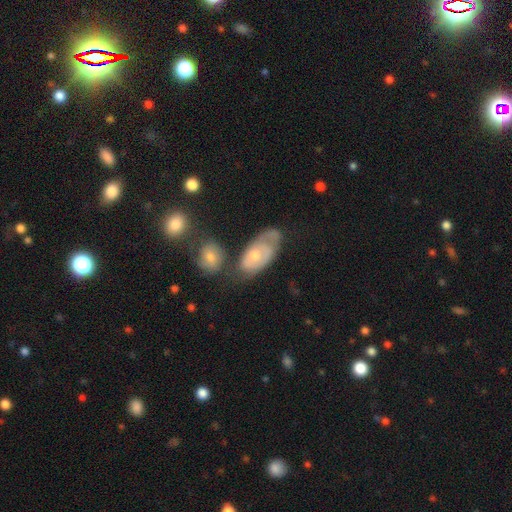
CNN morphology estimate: Smooth or featured?
  - featured or disk: 57% *
  - smooth: 37%
  - star or artifact: 7%
Edge-on disk?
  - no: 92% *
  - yes: 8%
Bar?
  - no: 83% *
  - weak: 15%
  - strong: 2%
Spiral arms?
  - yes: 58% *
  - no: 42%
Bulge size?
  - moderate: 54% *
  - small: 40%
  - large: 3%
  - none: 2%
  - dominant: 1%
Merging?
  - none: 43% *
  - minor disturbance: 26%
  - major disturbance: 16%
  - merger: 16%